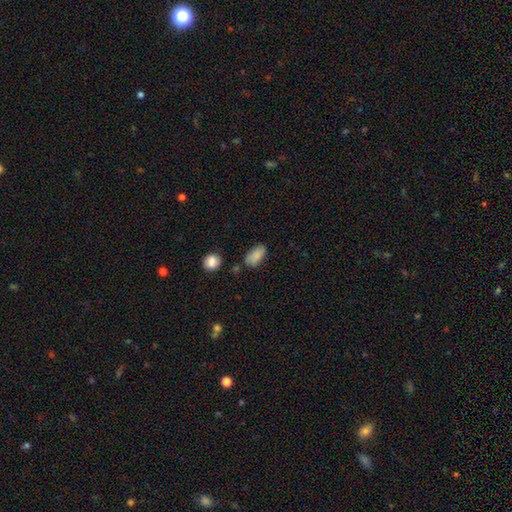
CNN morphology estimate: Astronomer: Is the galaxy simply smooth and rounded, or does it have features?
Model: smooth — 86%.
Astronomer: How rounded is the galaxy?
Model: in between — 92%.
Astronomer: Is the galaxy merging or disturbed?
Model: none — 71%.